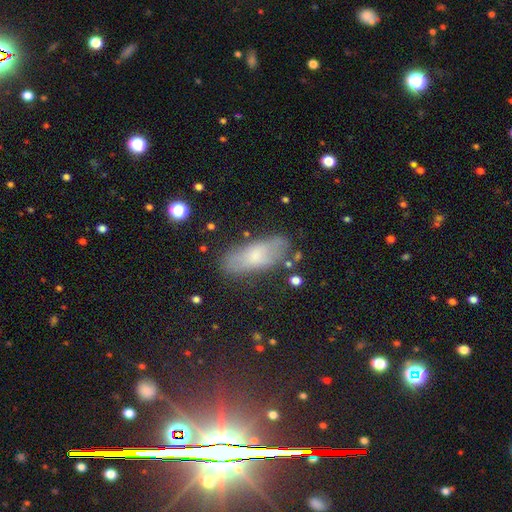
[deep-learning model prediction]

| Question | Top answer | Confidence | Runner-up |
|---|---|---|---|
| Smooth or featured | smooth | 64% | featured or disk (26%) |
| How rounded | in between | 75% | cigar-shaped (22%) |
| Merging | none | 71% | minor disturbance (19%) |